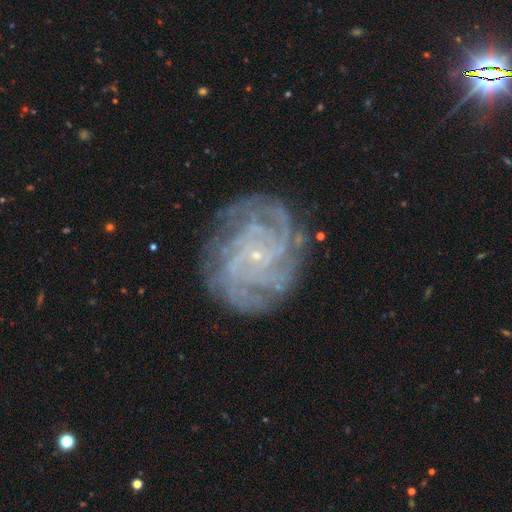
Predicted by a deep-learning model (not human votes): Smooth or featured?
  - featured or disk: 86% *
  - star or artifact: 8%
  - smooth: 7%
Edge-on disk?
  - no: 97% *
  - yes: 3%
Bar?
  - no: 75% *
  - weak: 19%
  - strong: 6%
Spiral arms?
  - yes: 96% *
  - no: 4%
Spiral winding?
  - tight: 70% *
  - medium: 24%
  - loose: 6%
Spiral arm count?
  - can't tell: 24% *
  - 4: 23%
  - more than 4: 22%
  - 3: 12%
  - 2: 10%
  - 1: 9%
Bulge size?
  - small: 91% *
  - moderate: 4%
  - none: 3%
  - large: 1%
  - dominant: 1%
Merging?
  - none: 79% *
  - minor disturbance: 14%
  - major disturbance: 5%
  - merger: 1%